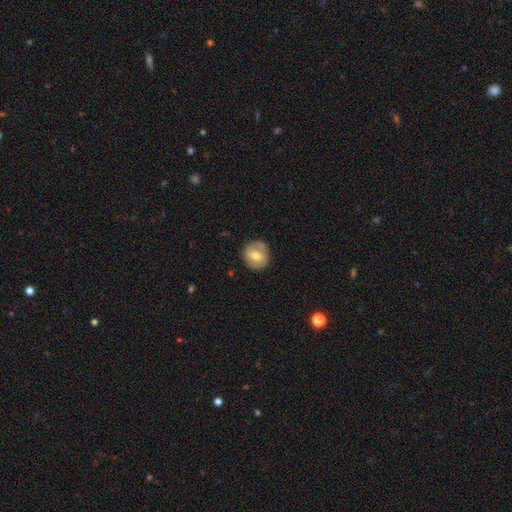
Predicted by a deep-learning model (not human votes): Smooth or featured: smooth — 59% (featured or disk — 33%)
How rounded: round — 86% (in between — 13%)
Merging: none — 84% (minor disturbance — 12%)